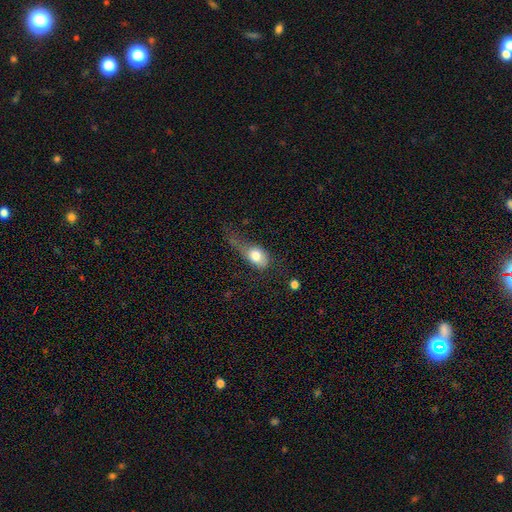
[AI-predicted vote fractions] Smooth or featured: smooth — 75% (featured or disk — 18%)
How rounded: in between — 77% (round — 19%)
Merging: major disturbance — 40% (minor disturbance — 30%)